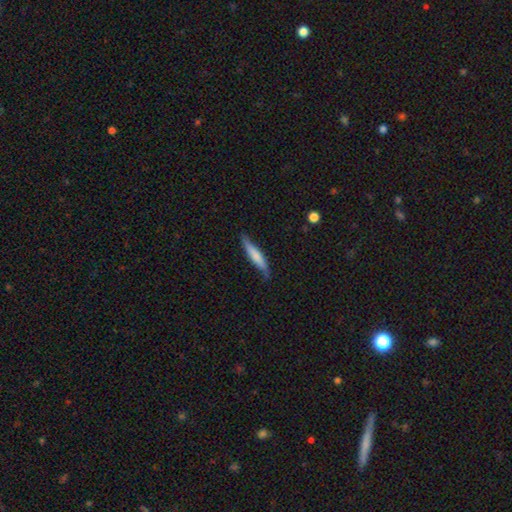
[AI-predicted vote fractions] Morphology: type=smooth (62%); roundness=cigar-shaped (89%); merging=none (74%).